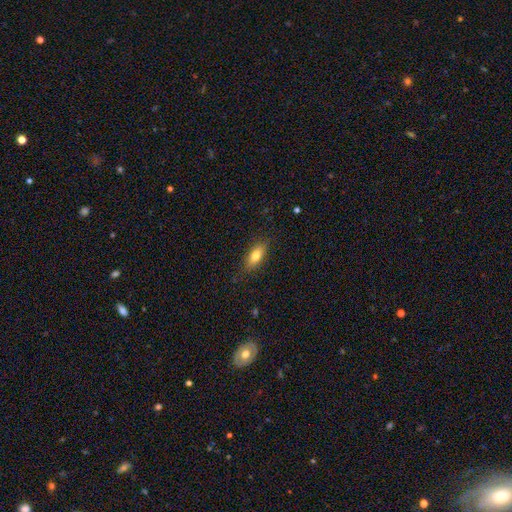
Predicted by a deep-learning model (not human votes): Smooth or featured: smooth — 76% (featured or disk — 17%)
How rounded: in between — 75% (cigar-shaped — 21%)
Merging: none — 83% (minor disturbance — 13%)